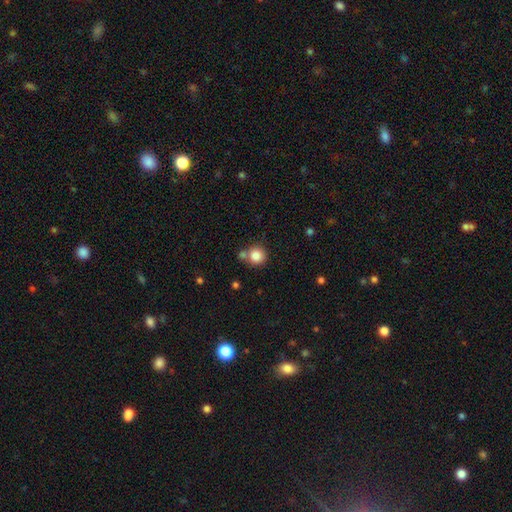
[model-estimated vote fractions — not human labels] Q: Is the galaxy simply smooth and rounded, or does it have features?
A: smooth — 84%.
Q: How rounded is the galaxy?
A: round — 92%.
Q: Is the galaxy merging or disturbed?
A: none — 64%.